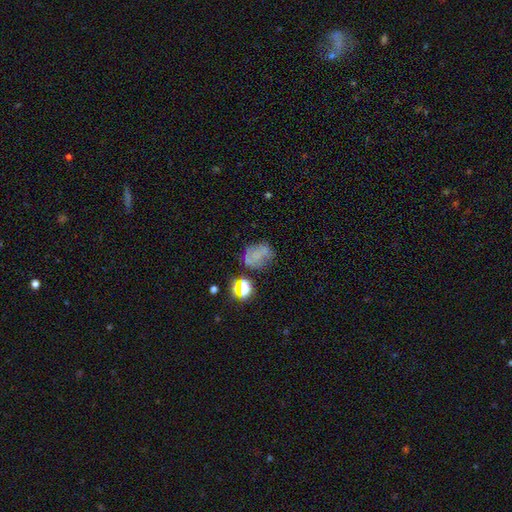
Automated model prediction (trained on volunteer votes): A smooth galaxy with no disk features (40%).

Vote fractions:
- Smooth or featured? smooth: 40% / star or artifact: 30% / featured or disk: 29%
- Merging? none: 57% / minor disturbance: 21% / major disturbance: 13% / merger: 10%